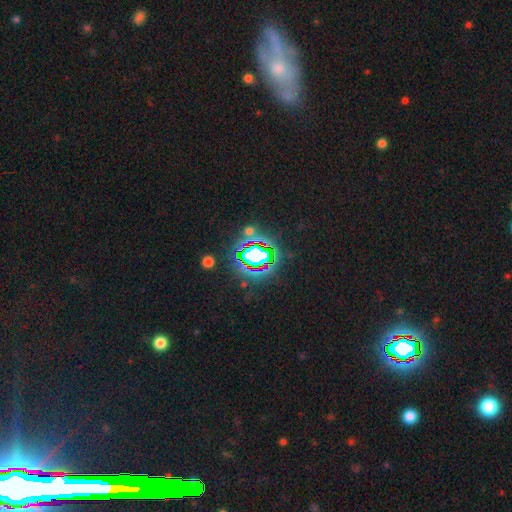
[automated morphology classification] smooth_or_featured: star or artifact (p=0.70) [alt: smooth p=0.17]